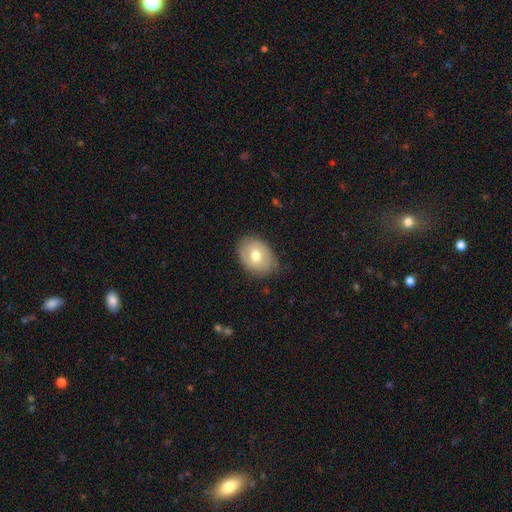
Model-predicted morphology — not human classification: A smooth galaxy with no disk features (67%) that is in between round and cigar-shaped (68%). Merging: none (72%).